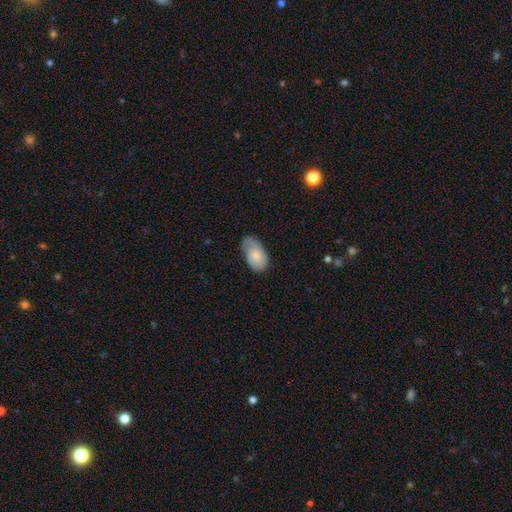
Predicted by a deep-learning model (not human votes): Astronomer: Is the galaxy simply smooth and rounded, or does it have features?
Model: smooth — 72%.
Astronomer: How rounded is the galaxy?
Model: in between — 94%.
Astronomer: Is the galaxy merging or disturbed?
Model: none — 50% (runner-up: minor disturbance, 38%).